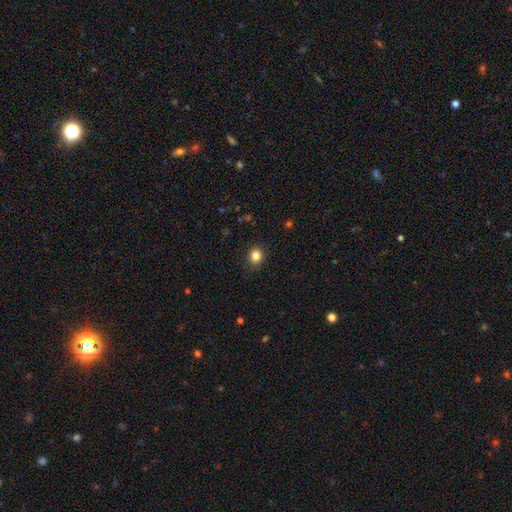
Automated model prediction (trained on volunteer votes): This is clearly a smooth galaxy (84%). How rounded: likely round (73%). Merging: clearly none (88%).